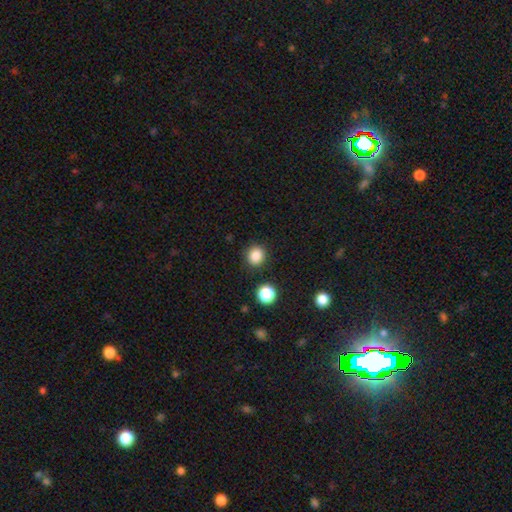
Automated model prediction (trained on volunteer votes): Smooth or featured?
  - smooth: 86% *
  - star or artifact: 11%
  - featured or disk: 3%
How rounded?
  - round: 84% *
  - in between: 15%
  - cigar-shaped: 1%
Merging?
  - none: 87% *
  - minor disturbance: 8%
  - merger: 3%
  - major disturbance: 3%